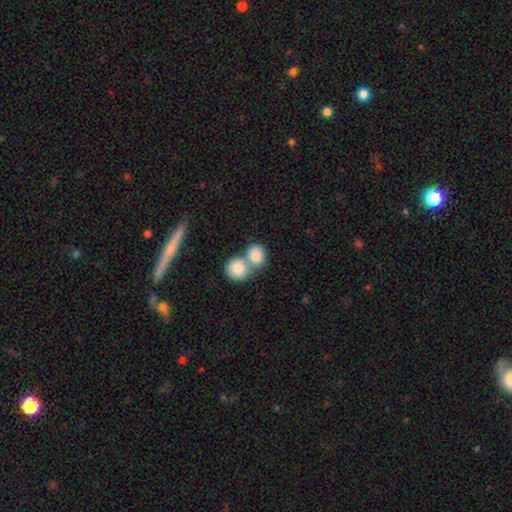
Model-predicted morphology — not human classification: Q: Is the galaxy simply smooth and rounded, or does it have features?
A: smooth — 83%.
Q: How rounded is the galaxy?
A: round — 71%.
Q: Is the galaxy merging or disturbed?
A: merger — 63%.